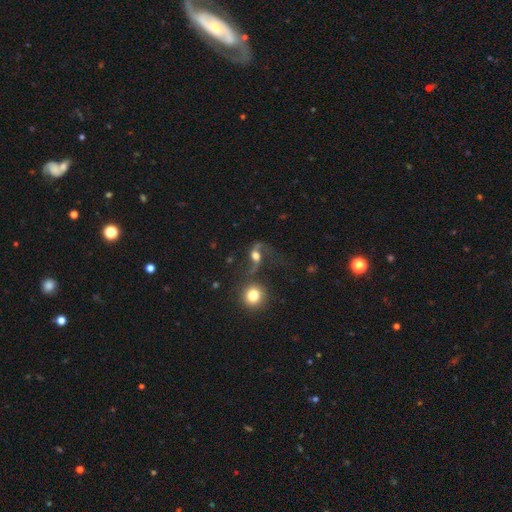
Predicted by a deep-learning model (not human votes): Smooth or featured: featured or disk — 71% (smooth — 18%)
Edge-on disk: no — 93% (yes — 7%)
Bar: no — 56% (weak — 30%)
Spiral arms: yes — 89% (no — 11%)
Spiral winding: loose — 87% (medium — 11%)
Spiral arm count: 2 — 90% (1 — 6%)
Bulge size: moderate — 45% (large — 36%)
Merging: none — 49% (major disturbance — 26%)